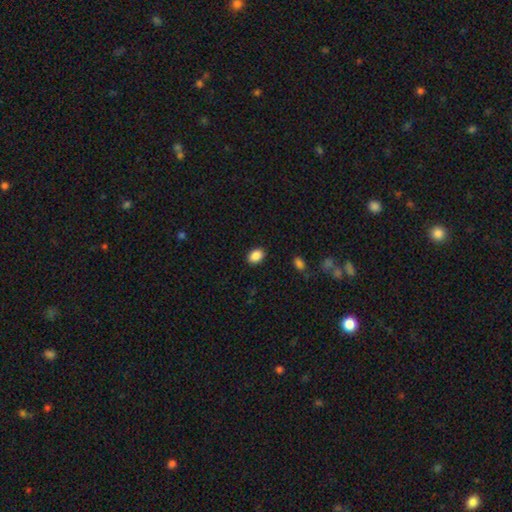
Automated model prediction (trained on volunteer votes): A smooth galaxy with no disk features (89%) that is in between round and cigar-shaped (77%).

Vote fractions:
- Smooth or featured? smooth: 89% / star or artifact: 8% / featured or disk: 3%
- How rounded? in between: 77% / round: 22% / cigar-shaped: 1%
- Merging? none: 88% / minor disturbance: 8% / major disturbance: 2% / merger: 1%